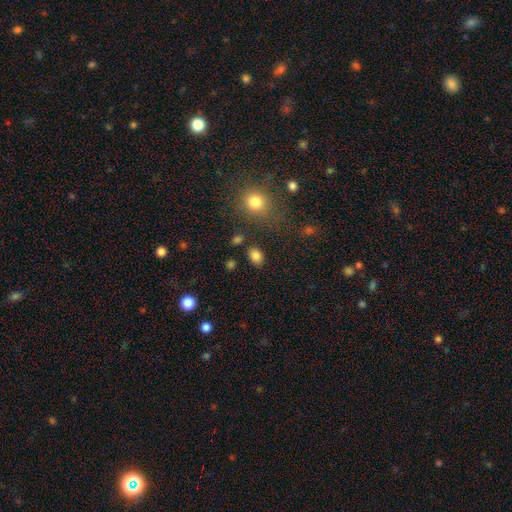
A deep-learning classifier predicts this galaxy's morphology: This appears to be a smooth galaxy with no disk features (84%) that is in between round and cigar-shaped (68%). Merging: none (83%).